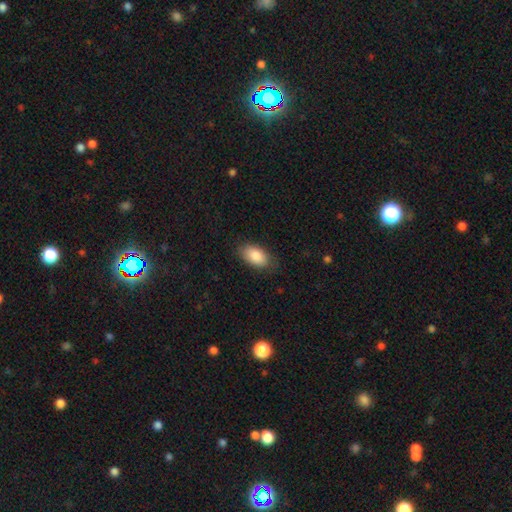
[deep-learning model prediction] Smooth or featured? smooth (86%)
How rounded? in between (94%)
Merging? none (81%)